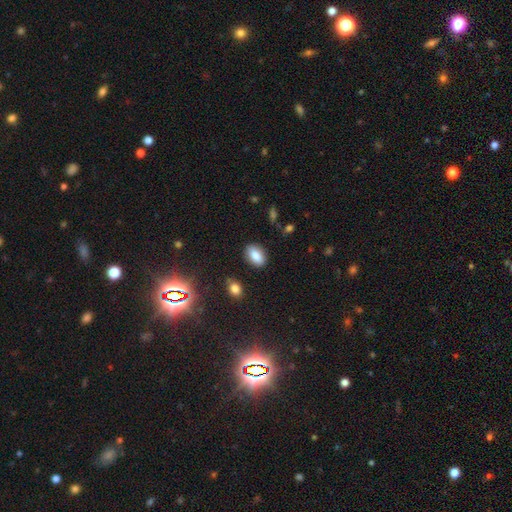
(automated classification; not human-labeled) Smooth or featured: smooth — 84% (star or artifact — 9%)
How rounded: in between — 88% (round — 10%)
Merging: none — 86% (minor disturbance — 10%)